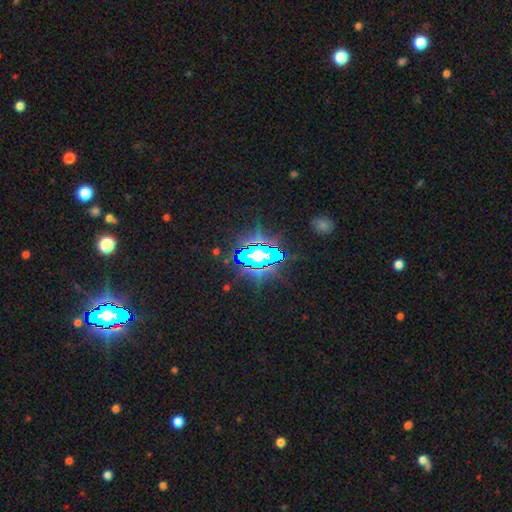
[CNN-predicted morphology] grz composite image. It shows a star or artifact, not a galaxy (64%).